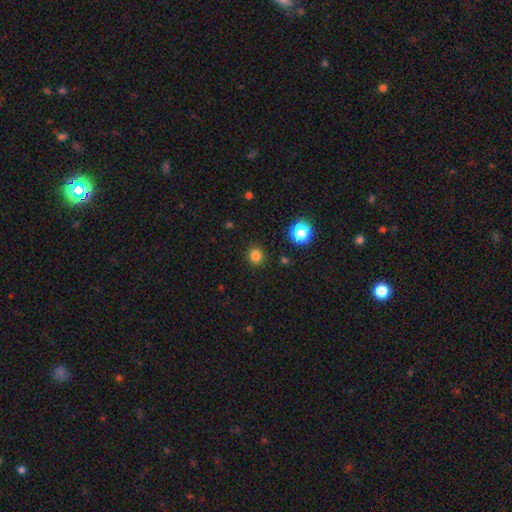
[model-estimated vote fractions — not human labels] A smooth galaxy with no disk features (81%) that is round (92%).

Vote fractions:
- Smooth or featured? smooth: 81% / star or artifact: 15% / featured or disk: 4%
- How rounded? round: 92% / in between: 7% / cigar-shaped: 1%
- Merging? none: 91% / minor disturbance: 6% / major disturbance: 2% / merger: 1%